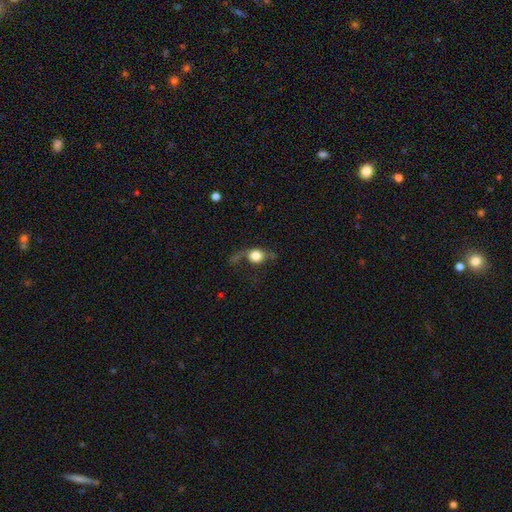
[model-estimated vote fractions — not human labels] Smooth or featured? smooth (69%)
How rounded? round (69%)
Merging? none (45%)